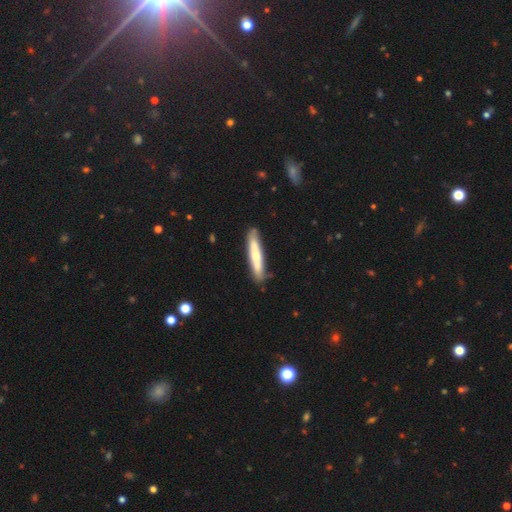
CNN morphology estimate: smooth-or-featured: smooth: 52% | featured or disk: 43% | star or artifact: 5%
  how-rounded: cigar-shaped: 89% | in between: 10% | round: 1%
  merging: none: 80% | minor disturbance: 15% | major disturbance: 3% | merger: 3%